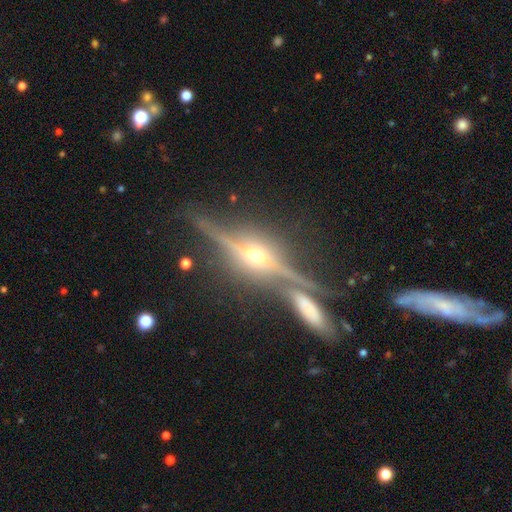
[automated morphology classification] type=featured or disk (83%); edge-on=yes (94%); edge-on bulge=rounded (94%); merging=none (74%).